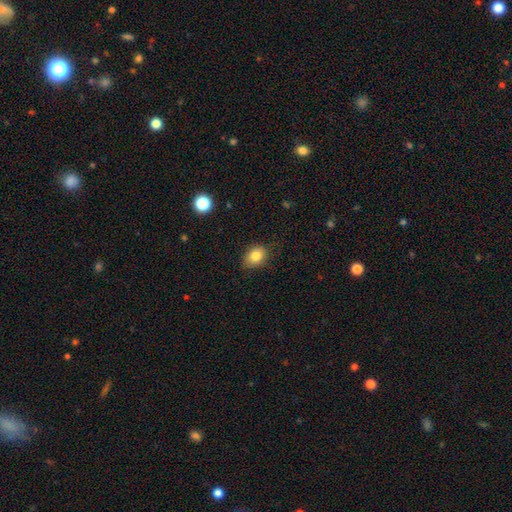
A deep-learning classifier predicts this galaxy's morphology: Overall: smooth (83%). How rounded: in between (69%; round 29%). Merging: none (79%).